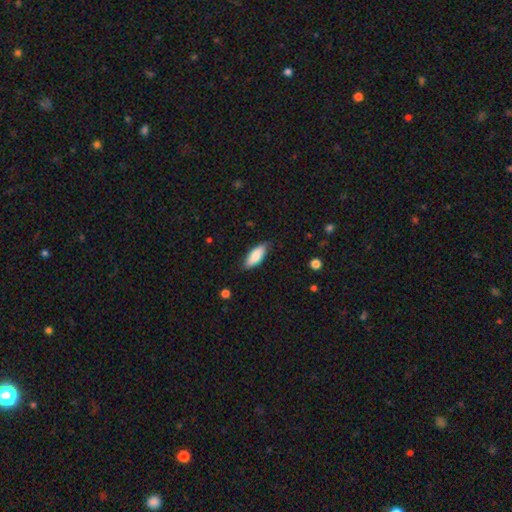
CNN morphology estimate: Overall: smooth (82%). How rounded: in between (80%). Merging: none (79%).